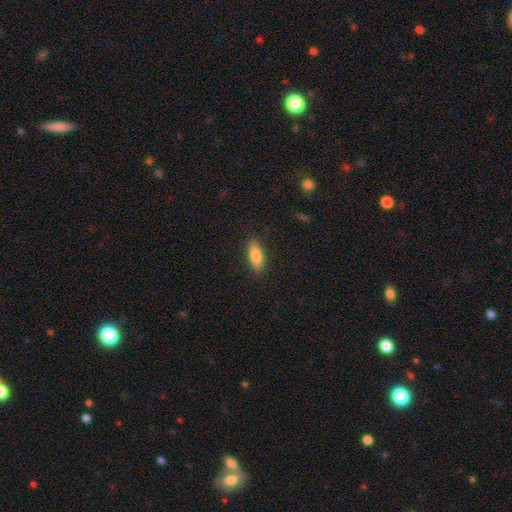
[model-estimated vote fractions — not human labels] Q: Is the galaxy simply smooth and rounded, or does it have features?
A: smooth — 82%.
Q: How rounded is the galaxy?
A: in between — 71%.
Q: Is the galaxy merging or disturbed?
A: none — 86%.